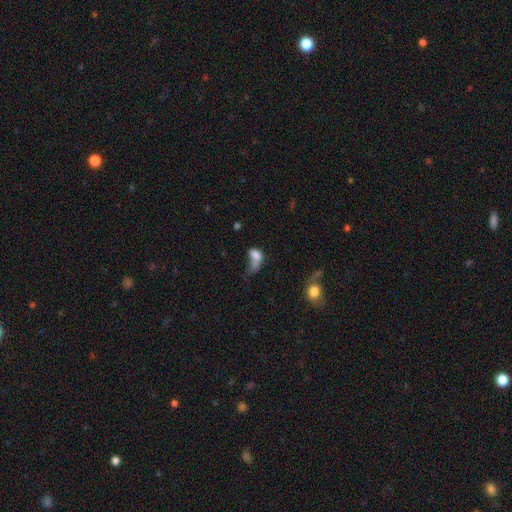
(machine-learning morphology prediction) Smooth or featured? smooth (68%)
How rounded? in between (79%)
Merging? major disturbance (45%)